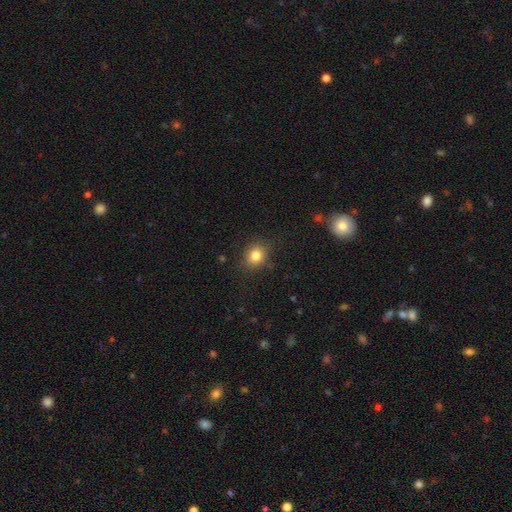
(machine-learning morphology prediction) Smooth or featured? Predicted: smooth (p=0.82). How rounded? Predicted: round (p=0.63). Merging? Predicted: none (p=0.84).